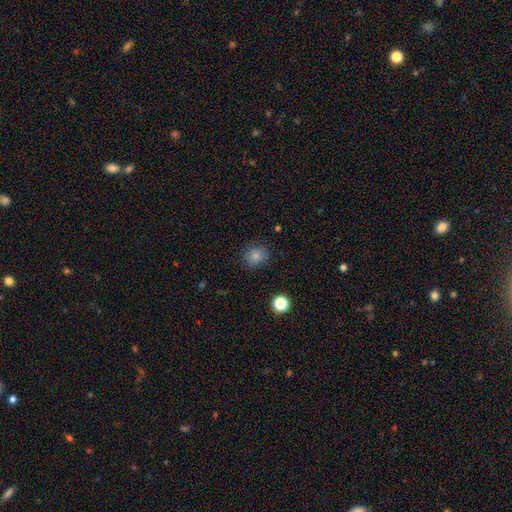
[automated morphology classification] This appears to be a smooth galaxy with no disk features (84%) that is round (72%). Merging: none (85%).